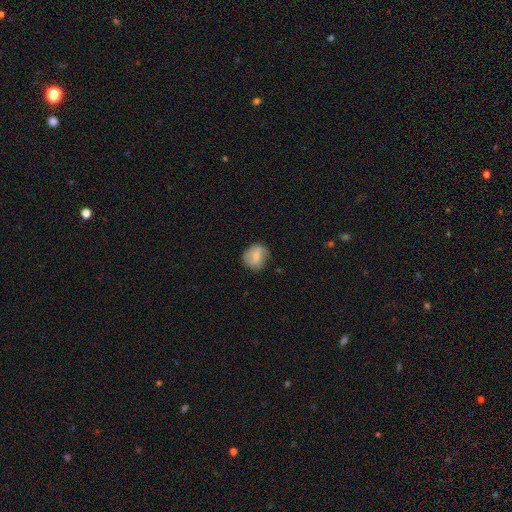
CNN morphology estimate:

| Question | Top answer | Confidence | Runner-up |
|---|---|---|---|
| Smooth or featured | smooth | 64% | featured or disk (29%) |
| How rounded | round | 76% | in between (22%) |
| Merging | none | 65% | minor disturbance (26%) |